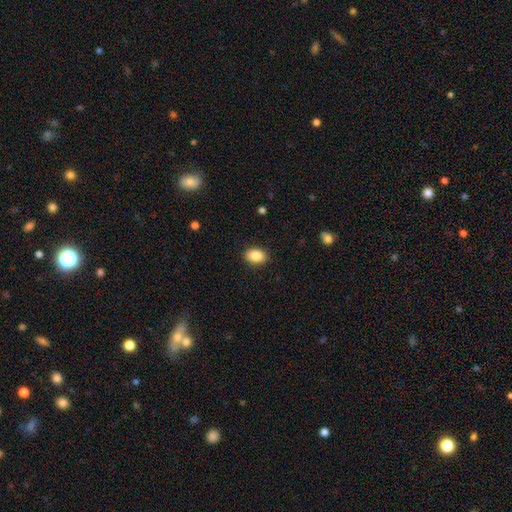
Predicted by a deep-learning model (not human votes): smooth_or_featured: smooth (p=0.88) [alt: star or artifact p=0.08]
how_rounded: in between (p=0.84) [alt: round p=0.15]
merging: none (p=0.89) [alt: minor disturbance p=0.08]